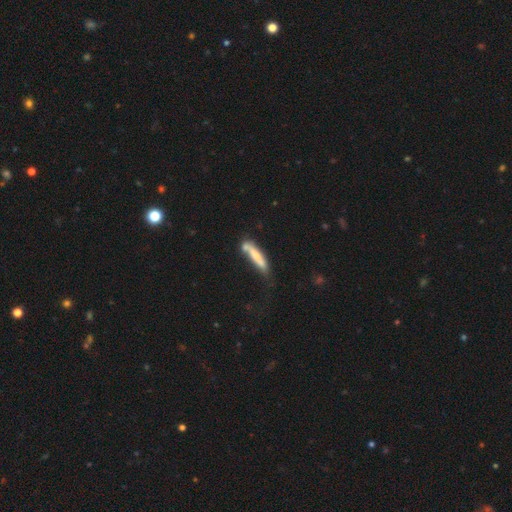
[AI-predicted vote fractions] This is likely a smooth galaxy (61%). How rounded: clearly cigar-shaped (84%). Merging: possibly none (46%).